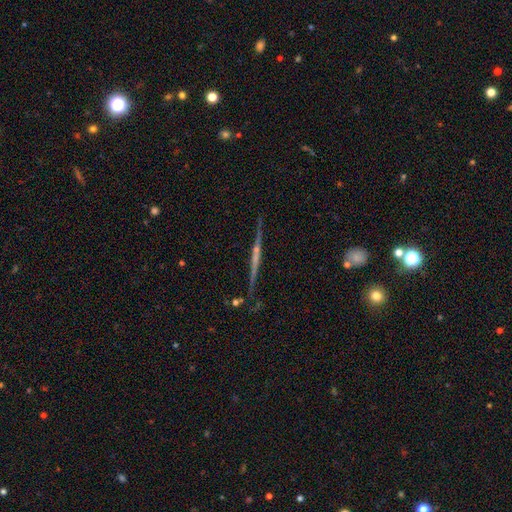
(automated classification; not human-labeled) Smooth or featured? featured or disk (77%)
Edge-on disk? yes (98%)
Edge-on bulge? none (45%, tied with rounded)
Merging? none (86%)